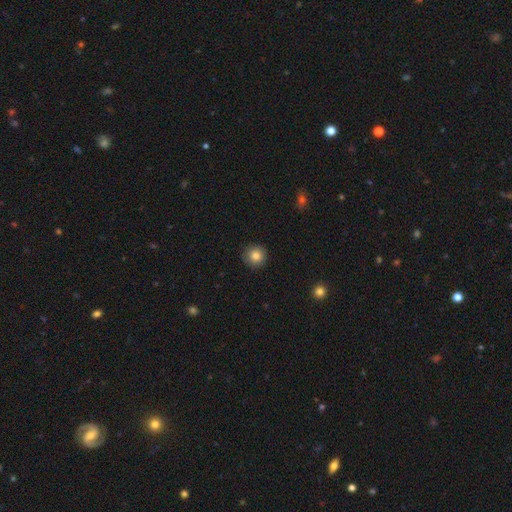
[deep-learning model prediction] A smooth galaxy with no disk features (84%) that is round (94%). Merging: none (90%).